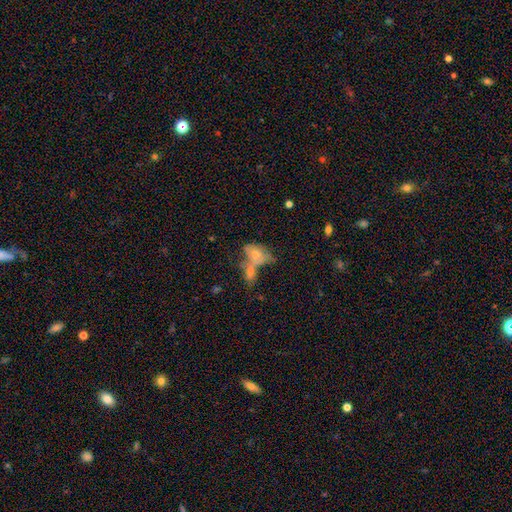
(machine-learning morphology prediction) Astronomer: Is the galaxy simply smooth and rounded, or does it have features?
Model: smooth — 59%.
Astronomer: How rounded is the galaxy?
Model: in between — 85%.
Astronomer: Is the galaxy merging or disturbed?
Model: merger — 53%.